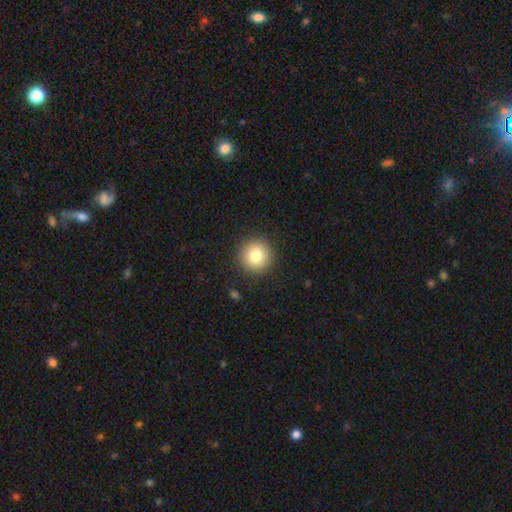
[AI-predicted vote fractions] smooth_or_featured: smooth (p=0.82) [alt: star or artifact p=0.09]
how_rounded: round (p=0.94) [alt: in between p=0.05]
merging: none (p=0.91) [alt: minor disturbance p=0.06]